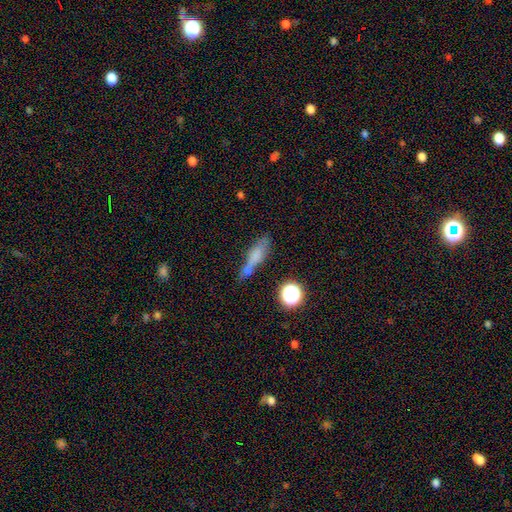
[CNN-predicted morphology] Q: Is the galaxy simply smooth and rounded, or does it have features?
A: smooth — 62%.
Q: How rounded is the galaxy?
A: cigar-shaped — 54%.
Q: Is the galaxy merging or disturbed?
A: none — 43%.